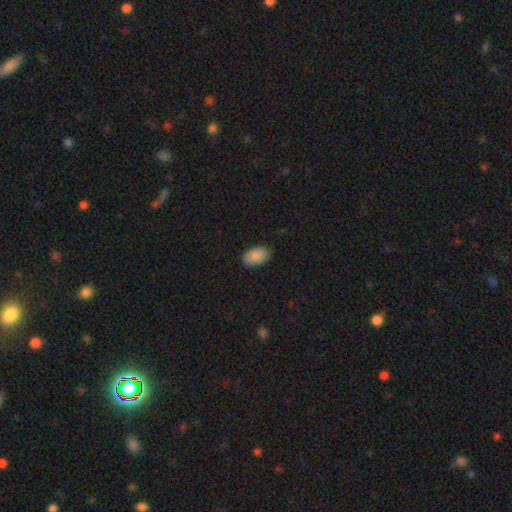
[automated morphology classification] smooth-or-featured: smooth: 90% | star or artifact: 7% | featured or disk: 4%
  how-rounded: in between: 93% | round: 5% | cigar-shaped: 1%
  merging: none: 86% | minor disturbance: 11% | major disturbance: 2% | merger: 1%